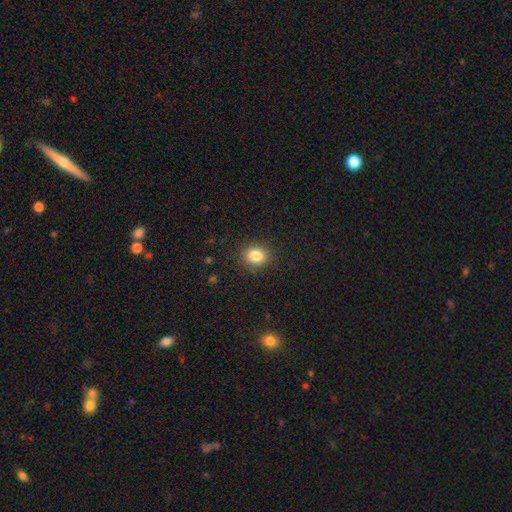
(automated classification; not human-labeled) Overall: smooth (84%). How rounded: round (64%; in between 35%). Merging: none (89%).